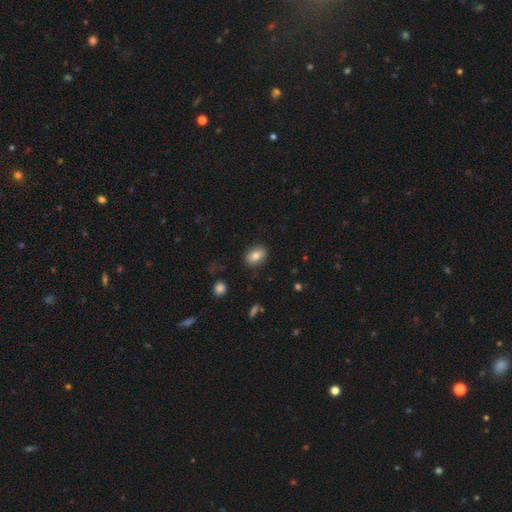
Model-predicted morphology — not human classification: Smooth or featured? smooth (83%)
How rounded? in between (80%)
Merging? none (87%)